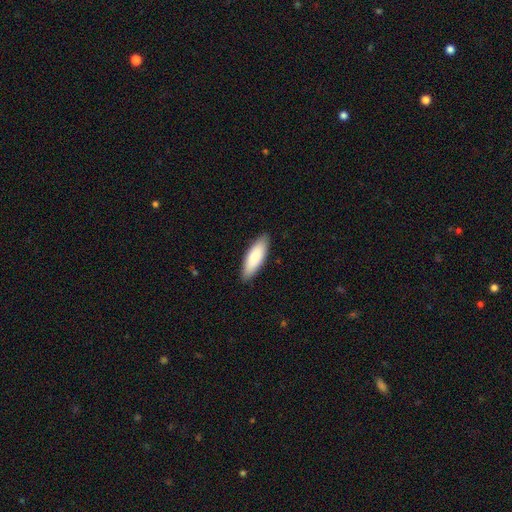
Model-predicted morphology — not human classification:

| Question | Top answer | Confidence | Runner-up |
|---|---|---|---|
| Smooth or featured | smooth | 84% | featured or disk (11%) |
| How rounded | in between | 58% | cigar-shaped (40%) |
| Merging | none | 88% | minor disturbance (9%) |